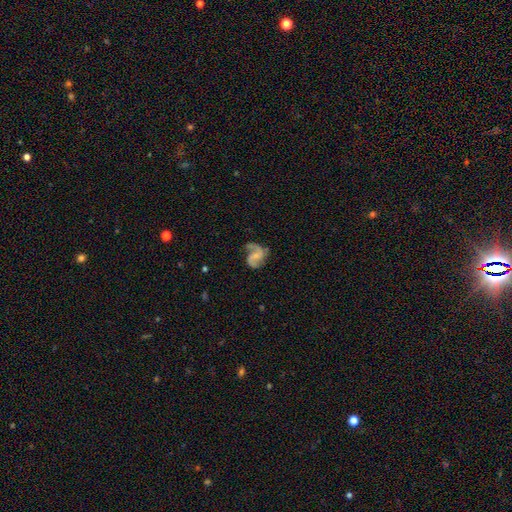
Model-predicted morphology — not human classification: Smooth or featured: featured or disk — 87% (smooth — 8%)
Edge-on disk: no — 98% (yes — 2%)
Bar: no — 52% (weak — 37%)
Spiral arms: yes — 97% (no — 3%)
Spiral winding: medium — 49% (loose — 38%)
Spiral arm count: 2 — 86% (3 — 5%)
Bulge size: small — 60% (moderate — 23%)
Merging: none — 65% (minor disturbance — 21%)